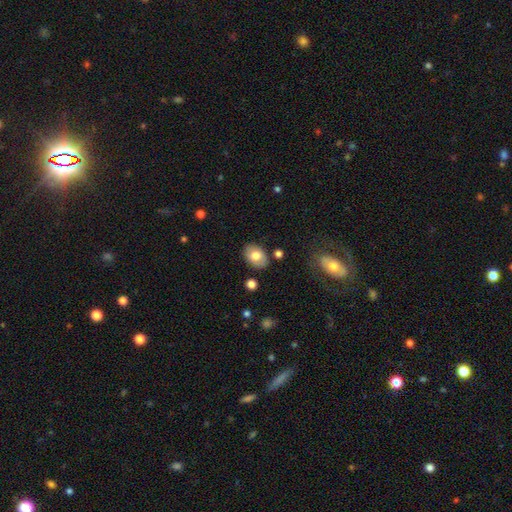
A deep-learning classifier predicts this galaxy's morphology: smooth 75%, featured or disk 18%, star or artifact 7%. Down the decision tree: how rounded — in between (80%); merging — none (83%).